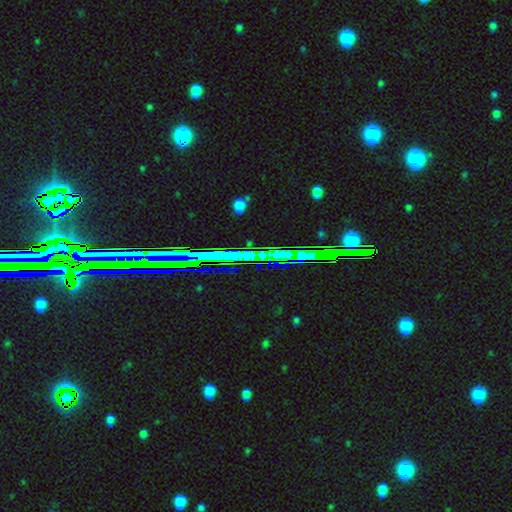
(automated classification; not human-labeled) A star or artifact, not a galaxy (75%).

Vote fractions:
- Smooth or featured? star or artifact: 75% / featured or disk: 14% / smooth: 11%